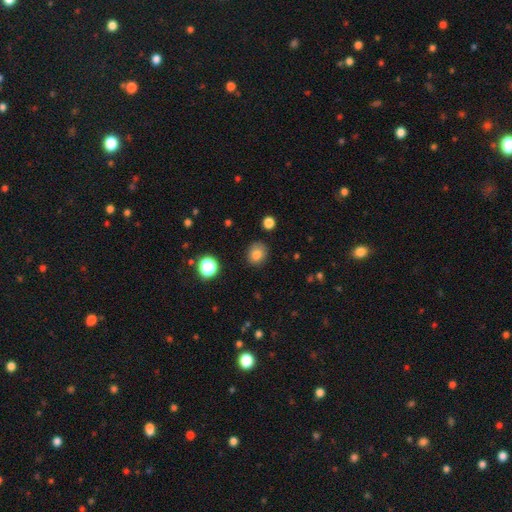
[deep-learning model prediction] Morphology: type=smooth (80%); roundness=round (67%); merging=none (82%).